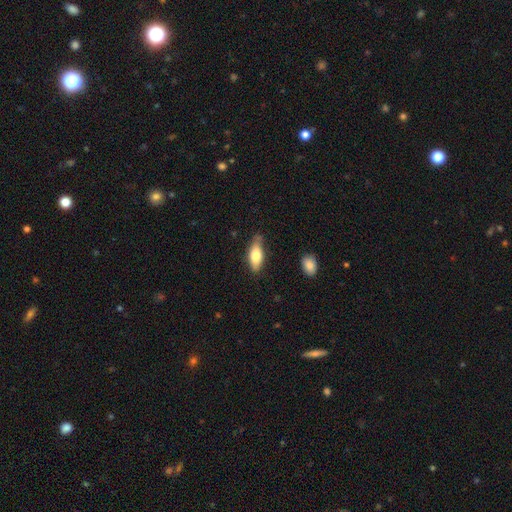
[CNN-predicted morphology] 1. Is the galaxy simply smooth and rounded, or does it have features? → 75% smooth, 19% featured or disk, 6% star or artifact.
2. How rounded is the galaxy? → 76% in between, 22% cigar-shaped, 2% round.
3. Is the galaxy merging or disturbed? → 70% none, 23% minor disturbance, 4% major disturbance, 3% merger.